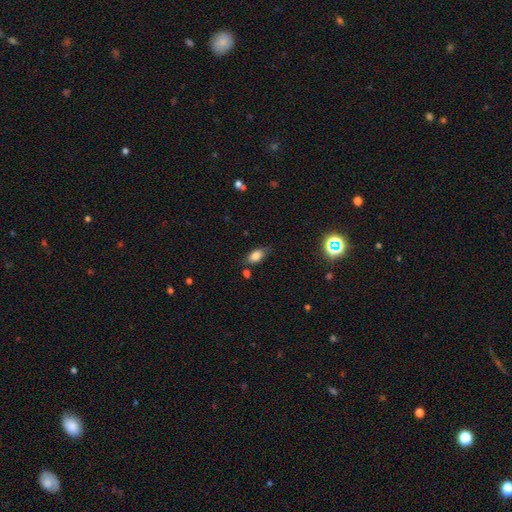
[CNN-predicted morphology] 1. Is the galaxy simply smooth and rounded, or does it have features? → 81% smooth, 10% featured or disk, 9% star or artifact.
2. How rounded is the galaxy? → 88% in between, 7% round, 5% cigar-shaped.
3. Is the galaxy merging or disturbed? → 71% none, 19% minor disturbance, 5% merger, 4% major disturbance.